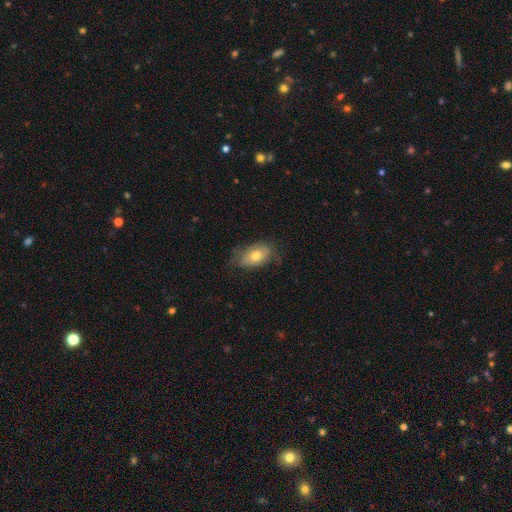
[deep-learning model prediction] Smooth or featured?
  - smooth: 67% *
  - featured or disk: 25%
  - star or artifact: 7%
How rounded?
  - in between: 89% *
  - round: 9%
  - cigar-shaped: 2%
Merging?
  - none: 61% *
  - minor disturbance: 28%
  - major disturbance: 10%
  - merger: 1%